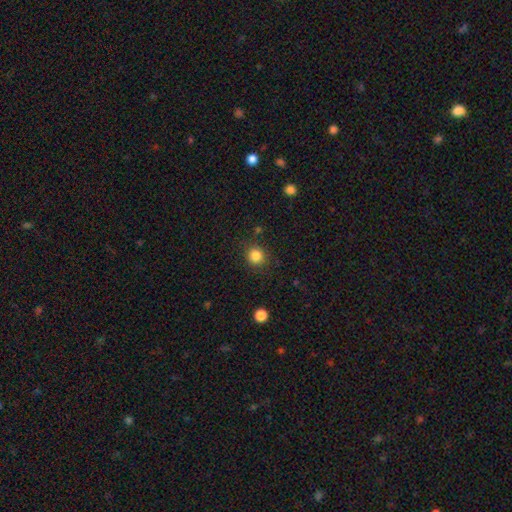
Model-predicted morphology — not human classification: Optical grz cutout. It shows a smooth galaxy with no disk features (84%) that is round (90%). Merging: none (87%).